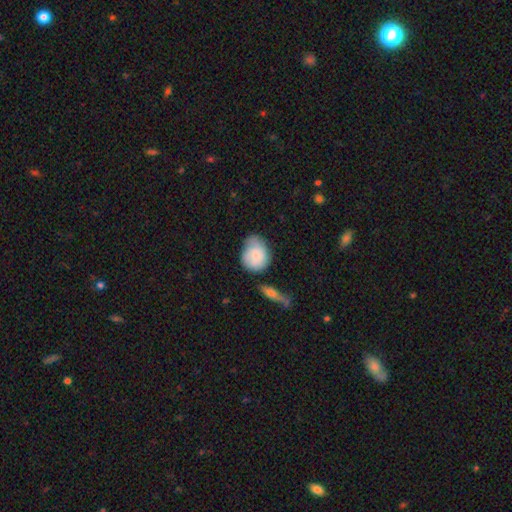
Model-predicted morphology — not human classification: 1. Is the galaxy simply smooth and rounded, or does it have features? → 80% smooth, 14% featured or disk, 6% star or artifact.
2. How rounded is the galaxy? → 55% round, 44% in between, 1% cigar-shaped.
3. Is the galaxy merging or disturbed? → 47% none, 37% minor disturbance, 10% major disturbance, 7% merger.